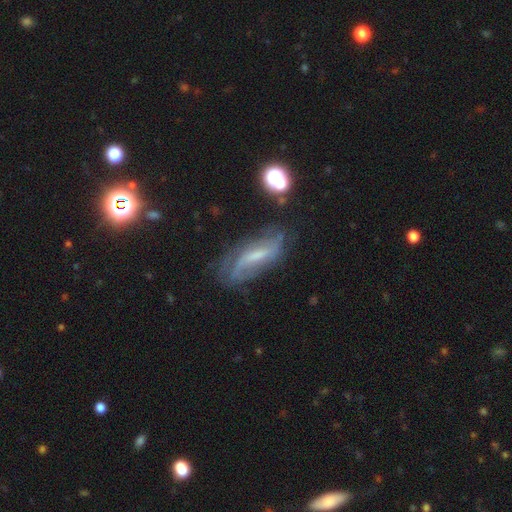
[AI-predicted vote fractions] This appears to be a featured or disk galaxy (64%) with a weak bar (45%), spiral arms (80%) and a small central bulge (42%). Merging: none (60%).